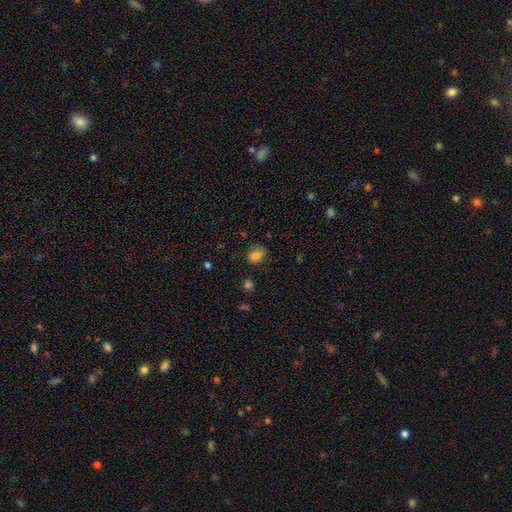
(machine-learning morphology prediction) The model was most divided on "how rounded": in between: 60%, round: 39%, cigar-shaped: 1%. More confident: smooth or featured — smooth (82%); merging — none (79%).